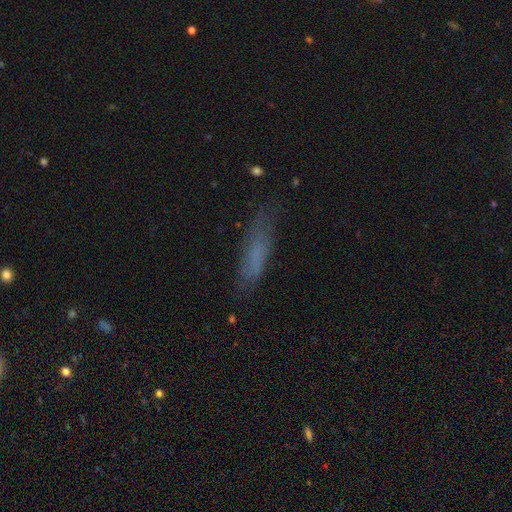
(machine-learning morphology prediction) smooth_or_featured: smooth (p=0.65) [alt: featured or disk p=0.24]
how_rounded: cigar-shaped (p=0.70) [alt: in between p=0.28]
merging: none (p=0.70) [alt: minor disturbance p=0.20]